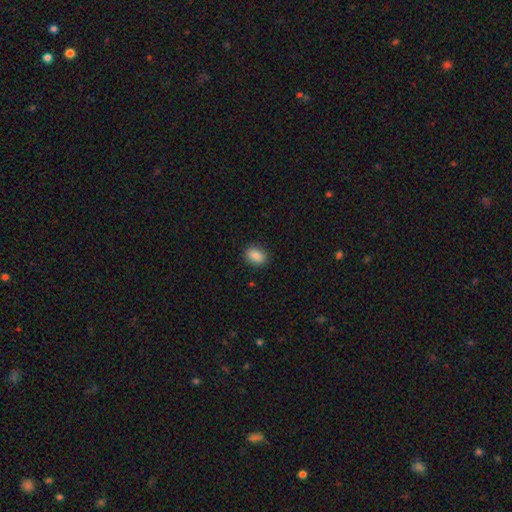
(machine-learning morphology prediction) Smooth or featured: smooth — 87% (star or artifact — 8%)
How rounded: in between — 79% (round — 20%)
Merging: none — 89% (minor disturbance — 8%)